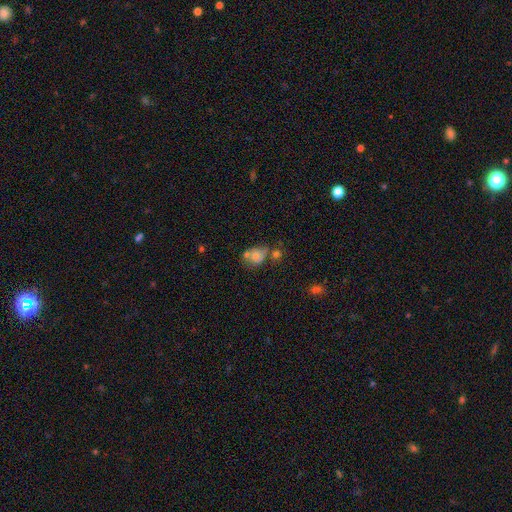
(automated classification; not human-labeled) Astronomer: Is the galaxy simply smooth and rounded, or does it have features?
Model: smooth — 69%.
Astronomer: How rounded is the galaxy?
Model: in between — 50% (runner-up: round, 49%).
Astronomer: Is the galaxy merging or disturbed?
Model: none — 41% (runner-up: merger, 30%).